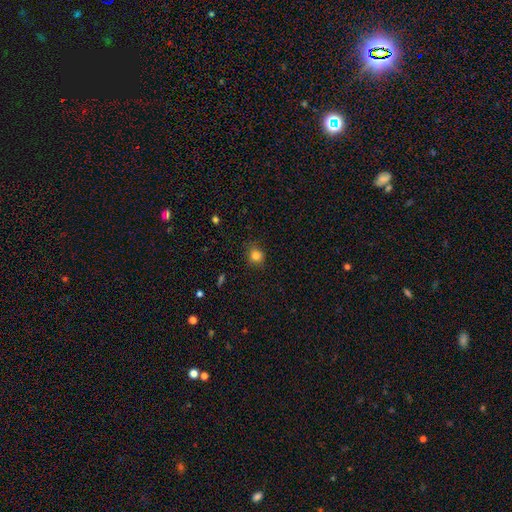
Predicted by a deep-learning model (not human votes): The model was most divided on "how rounded": round: 80%, in between: 19%, cigar-shaped: 1%. More confident: smooth or featured — smooth (82%); merging — none (81%).